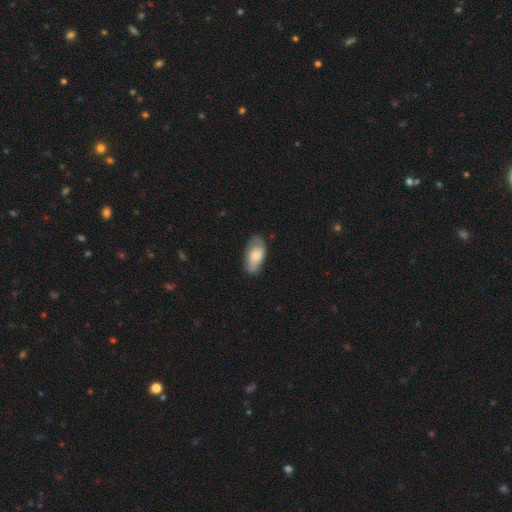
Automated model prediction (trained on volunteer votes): Smooth or featured?
  - smooth: 63% *
  - featured or disk: 31%
  - star or artifact: 6%
How rounded?
  - in between: 92% *
  - cigar-shaped: 5%
  - round: 4%
Merging?
  - none: 61% *
  - minor disturbance: 29%
  - major disturbance: 8%
  - merger: 2%